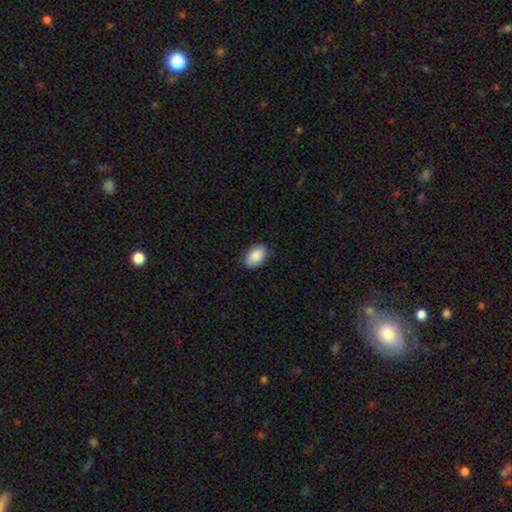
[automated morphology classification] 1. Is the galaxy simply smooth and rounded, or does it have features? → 88% smooth, 6% featured or disk, 6% star or artifact.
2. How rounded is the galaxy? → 90% in between, 9% round, 1% cigar-shaped.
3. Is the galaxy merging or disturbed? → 85% none, 12% minor disturbance, 2% major disturbance, 1% merger.